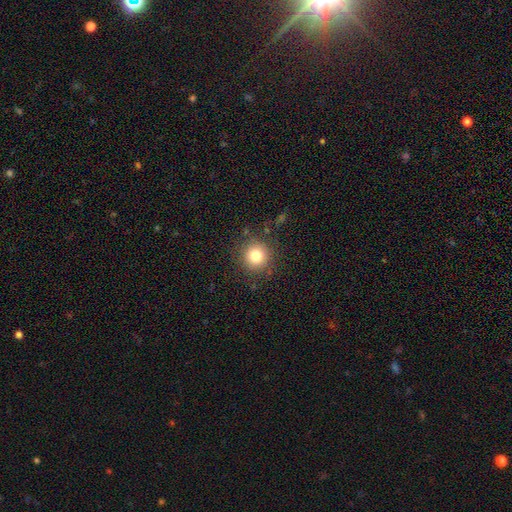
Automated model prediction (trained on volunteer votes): smooth 79%, star or artifact 12%, featured or disk 9%. Down the decision tree: how rounded — round (94%); merging — none (87%).